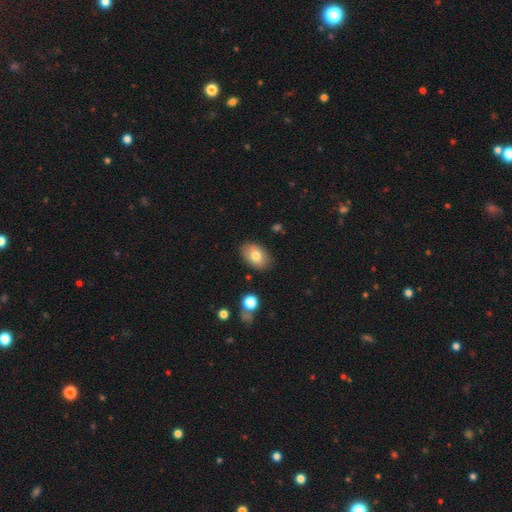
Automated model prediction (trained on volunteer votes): Overall: smooth (79%). How rounded: in between (88%). Merging: none (83%).